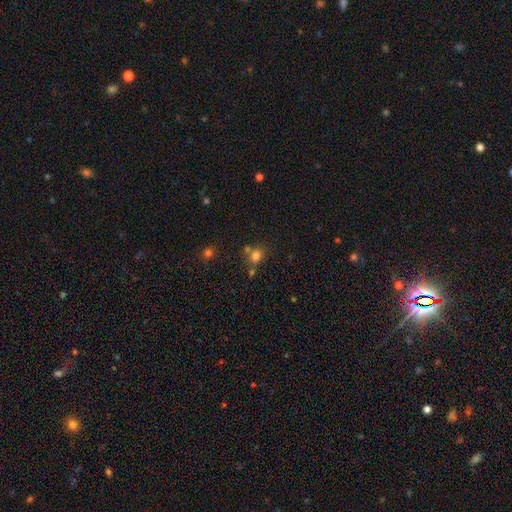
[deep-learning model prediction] Smooth or featured? Predicted: smooth (p=0.77). How rounded? Predicted: round (p=0.63). Merging? Predicted: none (p=0.58).